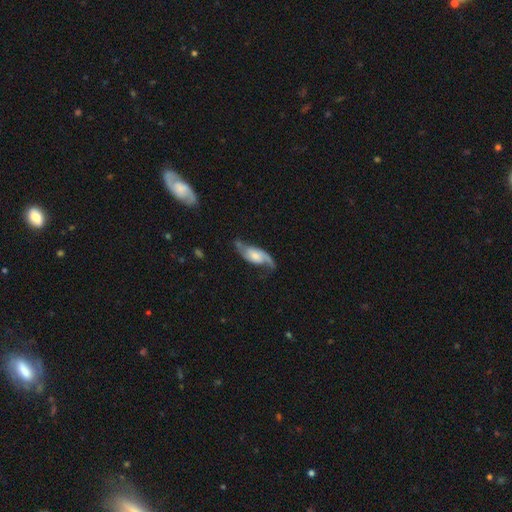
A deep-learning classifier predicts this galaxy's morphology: smooth_or_featured: featured or disk (p=0.74) [alt: smooth p=0.20]
disk_edge_on: no (p=0.91) [alt: yes p=0.09]
bar: no (p=0.57) [alt: weak p=0.33]
has_spiral_arms: yes (p=0.93) [alt: no p=0.07]
spiral_winding: loose (p=0.57) [alt: medium p=0.32]
spiral_arm_count: 2 (p=0.83) [alt: 1 p=0.09]
bulge_size: moderate (p=0.36) [alt: small p=0.33]
merging: none (p=0.58) [alt: minor disturbance p=0.24]